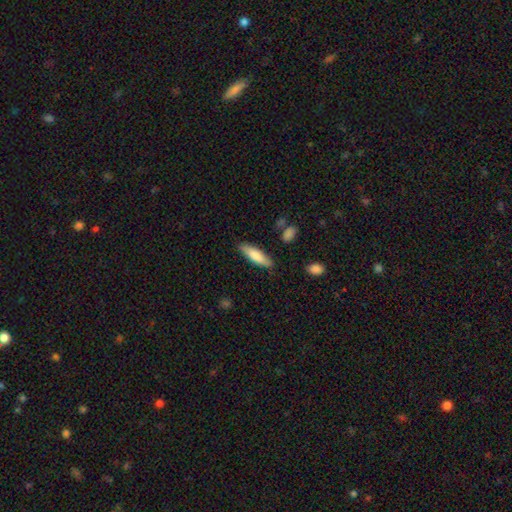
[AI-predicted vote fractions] smooth 79%, featured or disk 15%, star or artifact 6%. Down the decision tree: how rounded — cigar-shaped (61%); merging — none (84%).